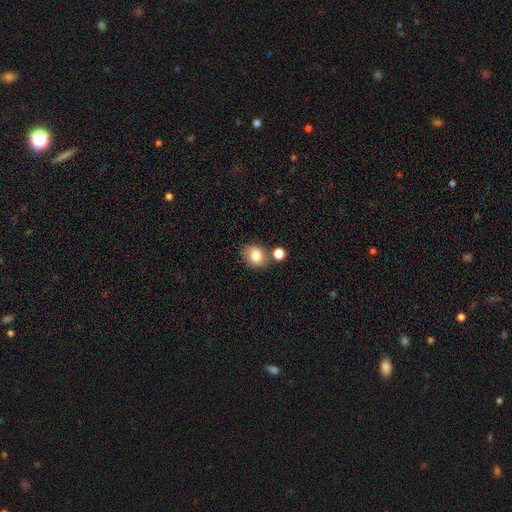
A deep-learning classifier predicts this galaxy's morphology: Smooth or featured? smooth (80%)
How rounded? round (55%)
Merging? none (69%)